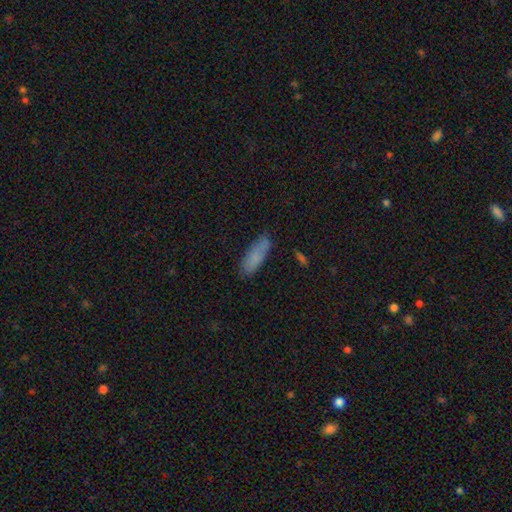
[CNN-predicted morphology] smooth_or_featured: smooth (p=0.82) [alt: featured or disk p=0.10]
how_rounded: in between (p=0.52) [alt: cigar-shaped p=0.46]
merging: none (p=0.75) [alt: minor disturbance p=0.18]